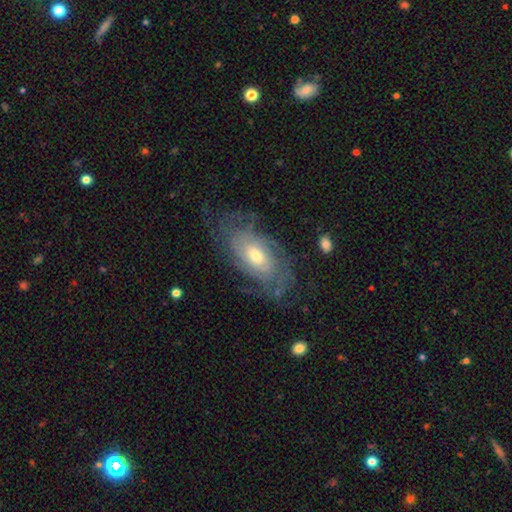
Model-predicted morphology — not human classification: smooth-or-featured: featured or disk: 77% | smooth: 17% | star or artifact: 6%
  disk-edge-on: no: 93% | yes: 7%
    bar: no: 66% | weak: 28% | strong: 6%
    has-spiral-arms: yes: 87% | no: 13%
      spiral-winding: tight: 65% | medium: 26% | loose: 9%
      spiral-arm-count: can't tell: 55% | 2: 18% | 3: 10% | 4: 8% | more than 4: 5% | 1: 4%
    bulge-size: moderate: 61% | small: 31% | large: 6% | none: 1% | dominant: 1%
  merging: none: 66% | minor disturbance: 20% | major disturbance: 12% | merger: 2%